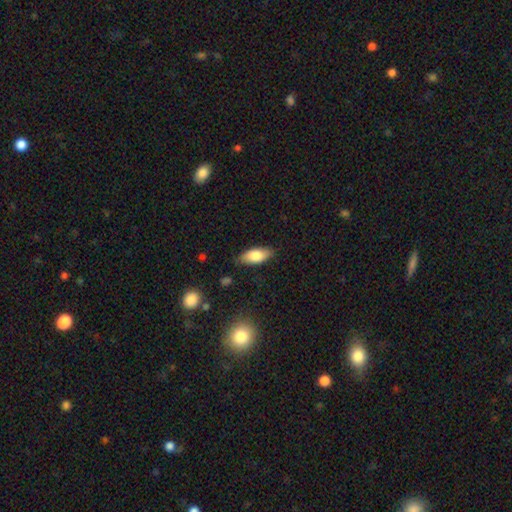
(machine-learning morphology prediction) Smooth or featured: smooth — 80% (featured or disk — 14%)
How rounded: in between — 83% (cigar-shaped — 15%)
Merging: none — 83% (minor disturbance — 13%)